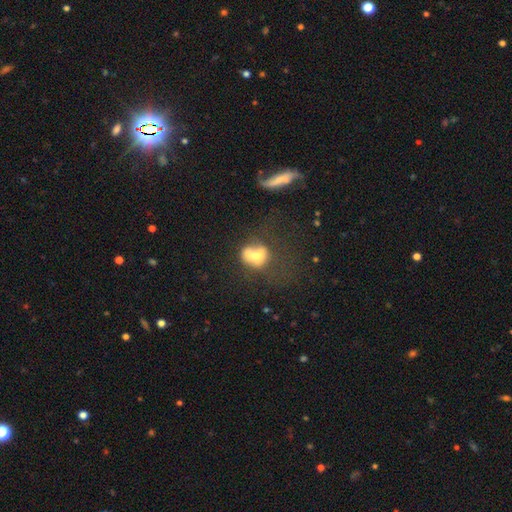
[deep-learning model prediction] Morphology: type=smooth (54%); roundness=in between (51%); merging=merger (29%).